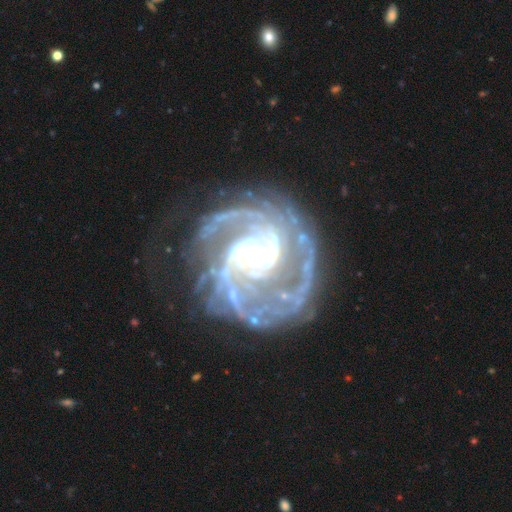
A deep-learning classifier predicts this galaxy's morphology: Overall: featured or disk (92%). Edge-on disk: no (98%). Bar: no (45%; weak 34%). Spiral arms: yes (98%). Spiral arm count: 2 (40%; 3 20%). Spiral winding: tight (54%; medium 38%). Bulge size: moderate (62%). Merging: none (65%).